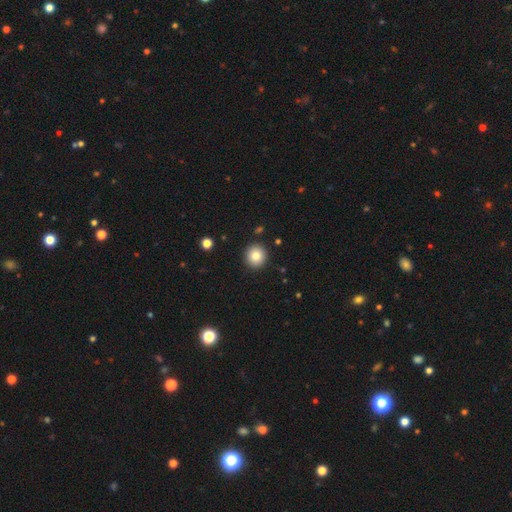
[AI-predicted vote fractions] This is clearly a smooth galaxy (84%). How rounded: clearly round (93%). Merging: clearly none (91%).